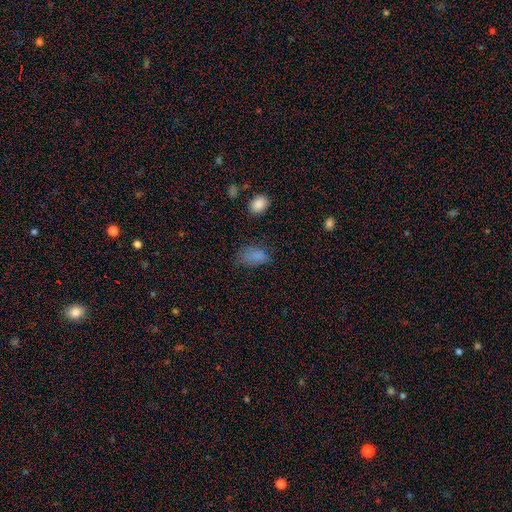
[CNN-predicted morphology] This is likely a smooth galaxy (80%). How rounded: clearly in between (88%). Merging: possibly none (59%).